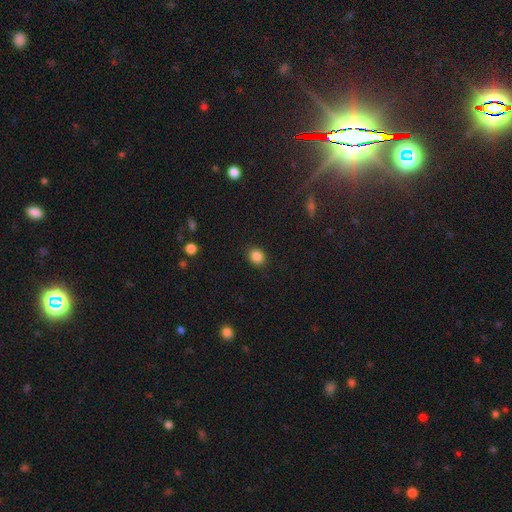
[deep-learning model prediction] The model was most divided on "how rounded": round: 61%, in between: 38%, cigar-shaped: 1%. More confident: merging — none (88%); smooth or featured — smooth (86%).